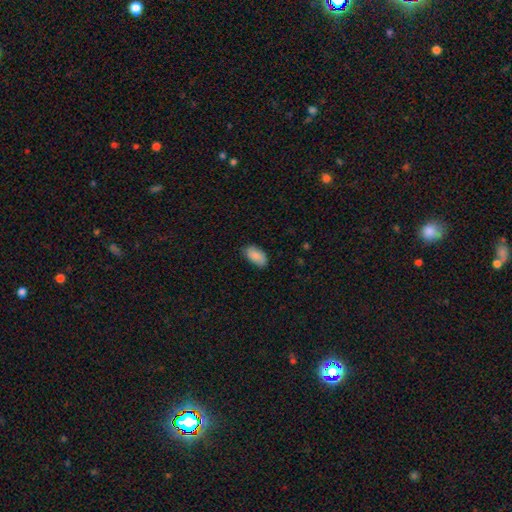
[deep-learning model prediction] This appears to be a smooth galaxy with no disk features (87%) that is in between round and cigar-shaped (94%). Merging: none (78%).